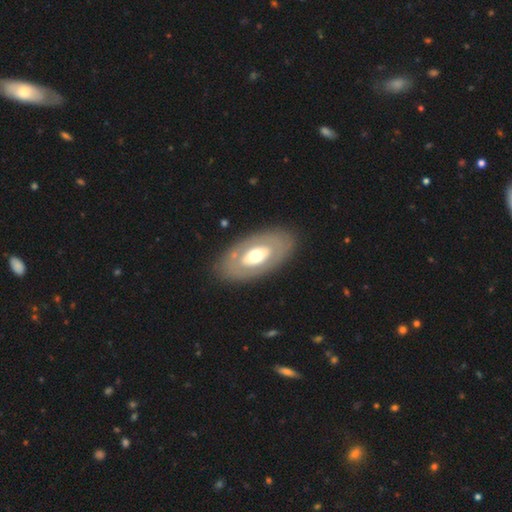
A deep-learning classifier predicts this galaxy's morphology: Overall: featured or disk (52%; smooth 43%). Edge-on disk: no (88%). Merging: none (84%).